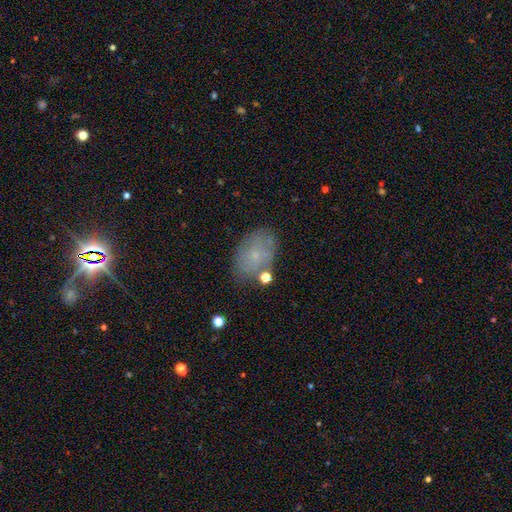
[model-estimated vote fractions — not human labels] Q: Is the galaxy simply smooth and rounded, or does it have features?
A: smooth — 59%.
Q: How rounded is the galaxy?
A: in between — 85%.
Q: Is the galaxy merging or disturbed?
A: none — 71%.